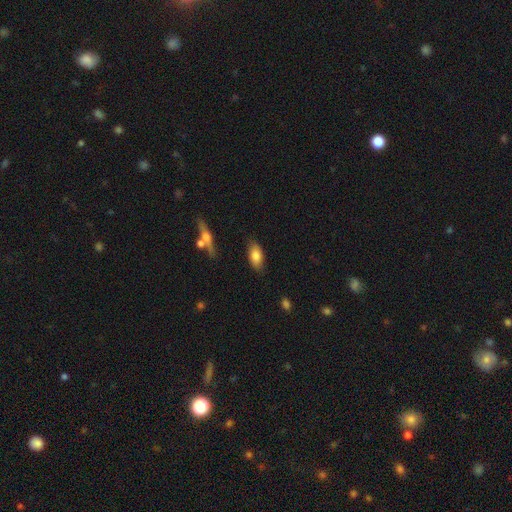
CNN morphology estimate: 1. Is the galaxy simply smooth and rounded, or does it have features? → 78% smooth, 15% featured or disk, 7% star or artifact.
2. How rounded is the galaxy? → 88% in between, 9% cigar-shaped, 4% round.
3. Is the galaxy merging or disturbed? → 83% none, 12% minor disturbance, 3% major disturbance, 2% merger.